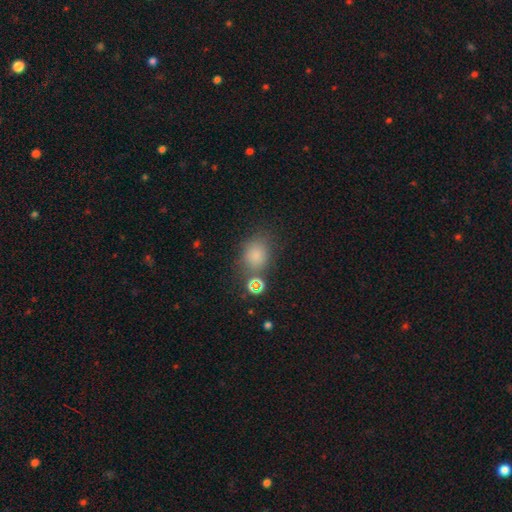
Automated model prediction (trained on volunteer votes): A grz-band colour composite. It shows a smooth galaxy with no disk features (78%) that is round (52%). Merging: none (67%).